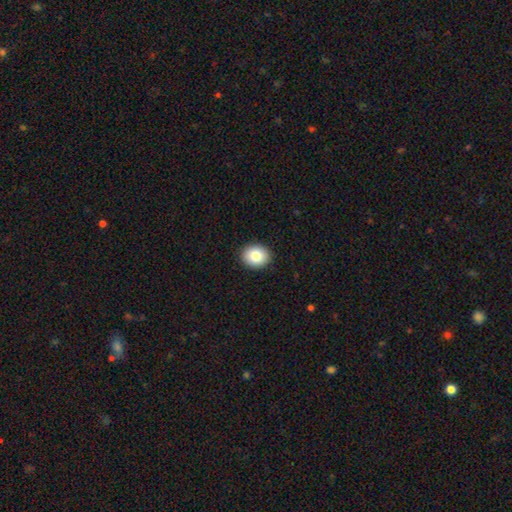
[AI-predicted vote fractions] smooth-or-featured: smooth: 82% | featured or disk: 9% | star or artifact: 9%
  how-rounded: round: 65% | in between: 34% | cigar-shaped: 1%
  merging: none: 92% | minor disturbance: 6% | major disturbance: 2% | merger: 1%